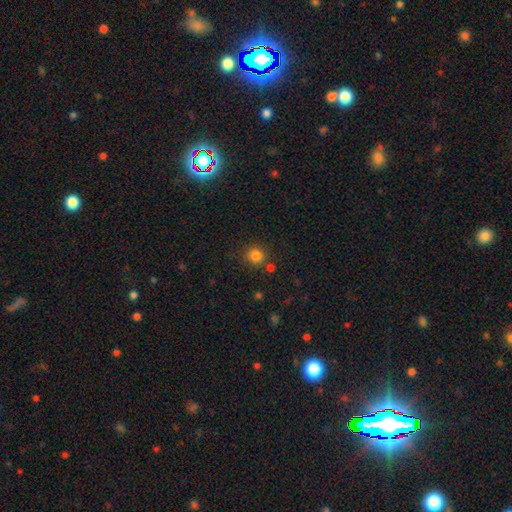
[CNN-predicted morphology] smooth-or-featured: smooth: 81% | star or artifact: 13% | featured or disk: 5%
  how-rounded: round: 92% | in between: 7% | cigar-shaped: 1%
  merging: none: 81% | minor disturbance: 8% | merger: 8% | major disturbance: 3%